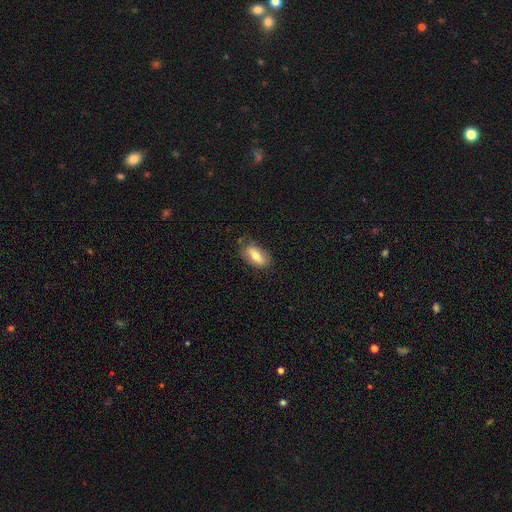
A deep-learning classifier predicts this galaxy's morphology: A smooth galaxy with no disk features (69%) that is in between round and cigar-shaped (89%).

Vote fractions:
- Smooth or featured? smooth: 69% / featured or disk: 24% / star or artifact: 7%
- How rounded? in between: 89% / cigar-shaped: 7% / round: 5%
- Merging? none: 75% / minor disturbance: 19% / major disturbance: 4% / merger: 2%